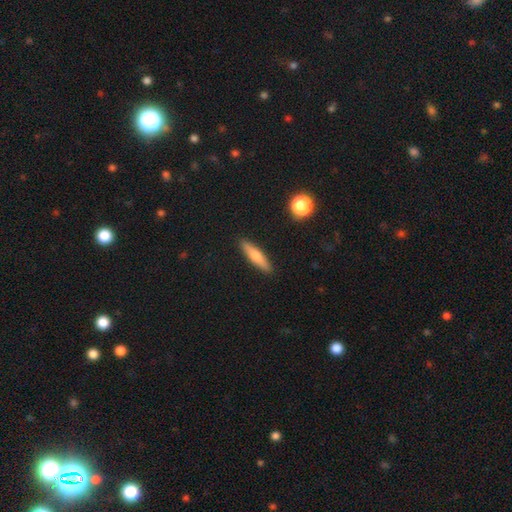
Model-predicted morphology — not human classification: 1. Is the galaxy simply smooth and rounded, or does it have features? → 66% smooth, 27% featured or disk, 6% star or artifact.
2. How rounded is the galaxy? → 79% cigar-shaped, 19% in between, 2% round.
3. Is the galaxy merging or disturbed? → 90% none, 7% minor disturbance, 2% major disturbance, 1% merger.